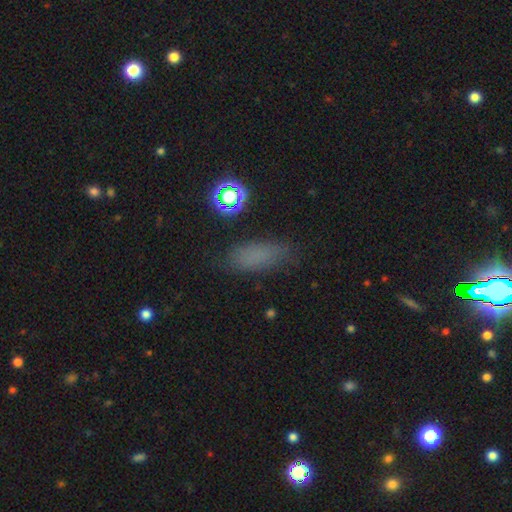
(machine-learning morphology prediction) smooth 68%, star or artifact 22%, featured or disk 10%. Down the decision tree: how rounded — in between (65%); merging — none (76%).